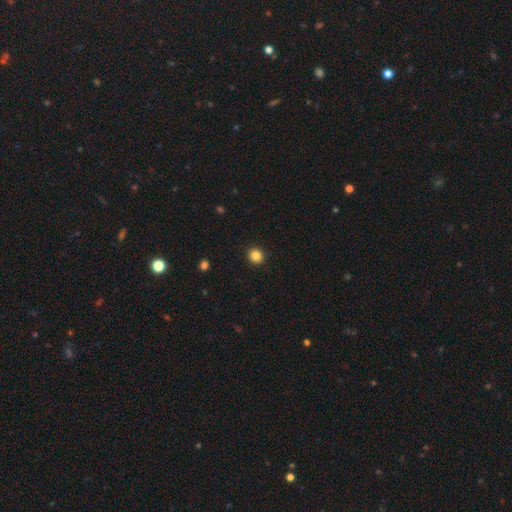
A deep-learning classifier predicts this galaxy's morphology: smooth 85%, star or artifact 11%, featured or disk 4%. Down the decision tree: how rounded — round (89%); merging — none (93%).